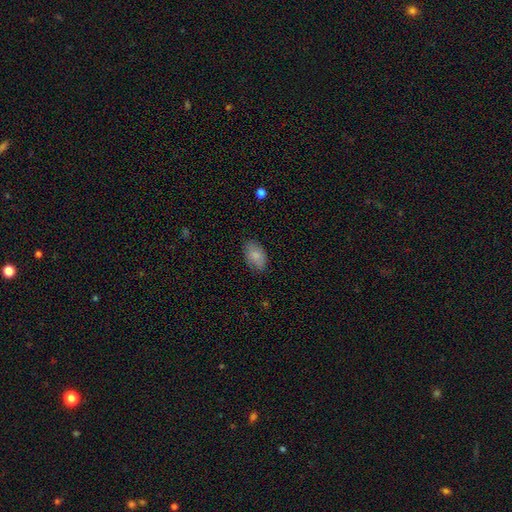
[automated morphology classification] Smooth or featured? smooth (84%)
How rounded? in between (91%)
Merging? none (80%)